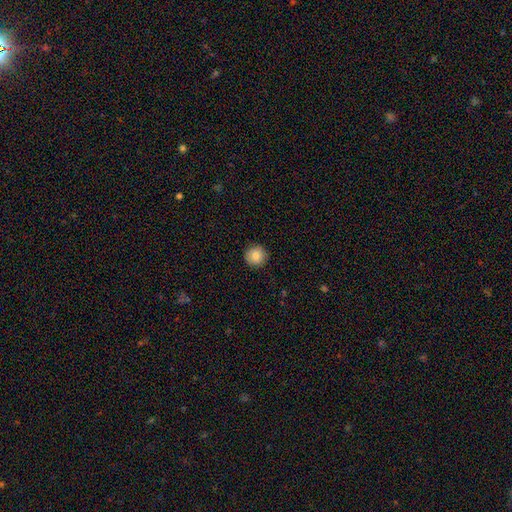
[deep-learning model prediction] Q: Smooth or featured?
A: smooth (85%); runner-up: star or artifact (8%)
Q: How rounded?
A: round (95%); runner-up: in between (4%)
Q: Merging?
A: none (92%); runner-up: minor disturbance (6%)